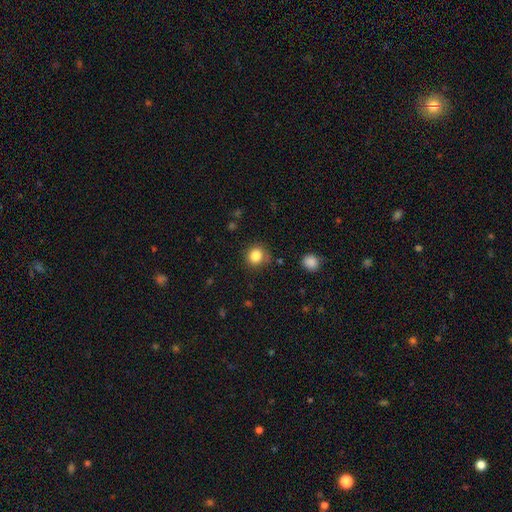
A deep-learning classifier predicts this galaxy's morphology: A smooth galaxy with no disk features (84%) that is round (85%). Merging: none (80%).